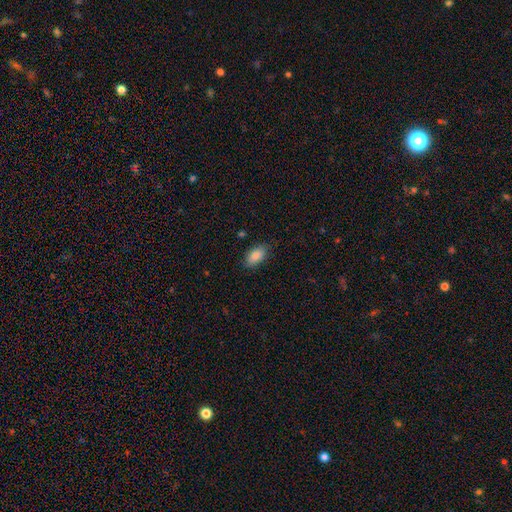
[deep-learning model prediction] Smooth or featured? Predicted: smooth (p=0.86). How rounded? Predicted: in between (p=0.92). Merging? Predicted: none (p=0.82).